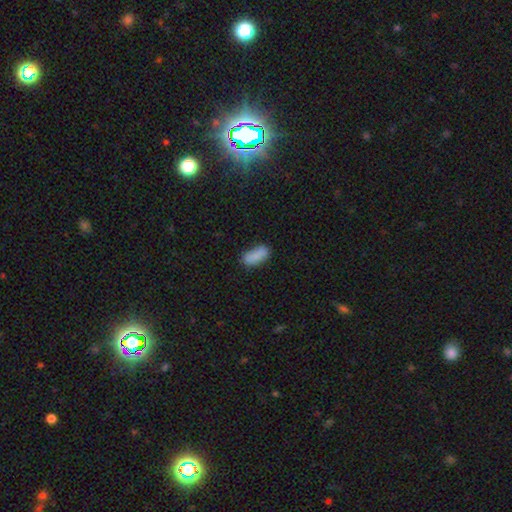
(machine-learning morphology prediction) A smooth galaxy with no disk features (86%) that is in between round and cigar-shaped (85%). Merging: none (70%).